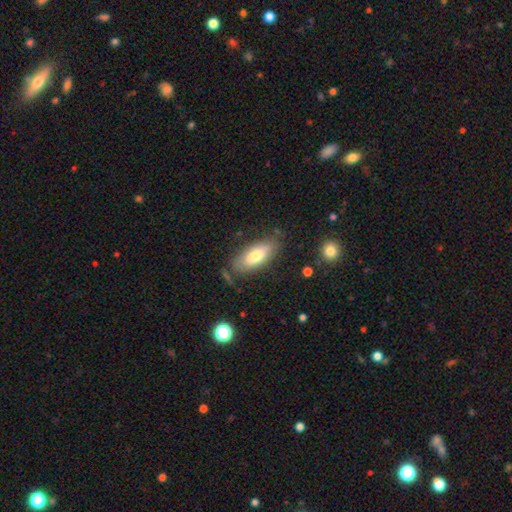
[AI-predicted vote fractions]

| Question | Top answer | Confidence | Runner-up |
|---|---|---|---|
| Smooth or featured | smooth | 73% | featured or disk (20%) |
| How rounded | in between | 82% | cigar-shaped (16%) |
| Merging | none | 76% | minor disturbance (17%) |